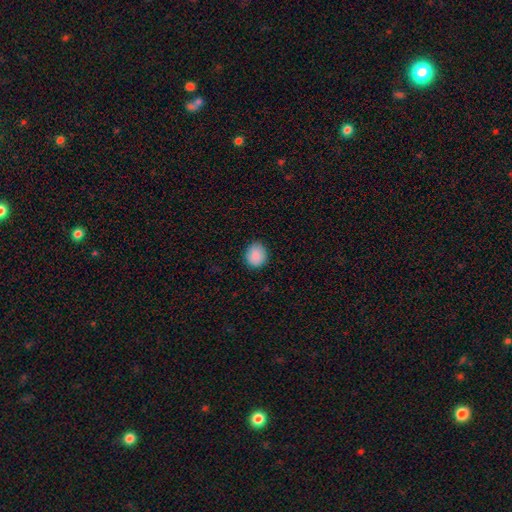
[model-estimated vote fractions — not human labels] This is clearly a smooth galaxy (89%). How rounded: likely round (71%). Merging: clearly none (86%).